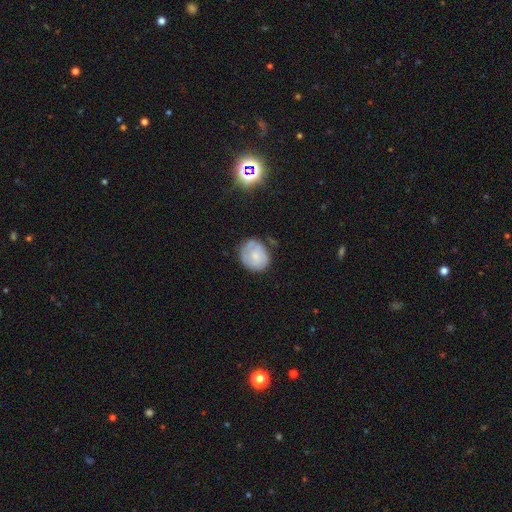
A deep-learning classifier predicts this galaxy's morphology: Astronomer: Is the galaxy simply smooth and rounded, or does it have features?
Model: smooth — 55% (runner-up: featured or disk, 38%).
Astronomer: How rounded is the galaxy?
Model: round — 70%.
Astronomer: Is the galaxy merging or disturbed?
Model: none — 64%.